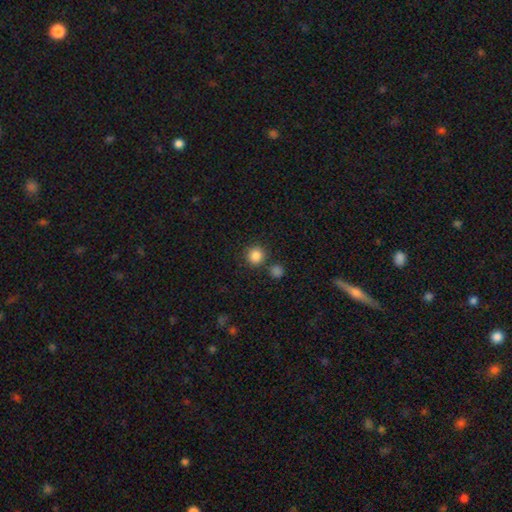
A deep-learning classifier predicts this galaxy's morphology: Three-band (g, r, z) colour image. It shows a smooth galaxy with no disk features (86%) that is round (94%). Merging: none (81%).